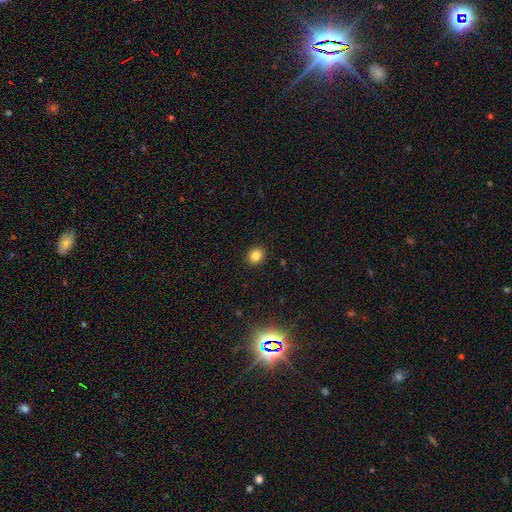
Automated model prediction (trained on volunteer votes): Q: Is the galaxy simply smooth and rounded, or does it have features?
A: smooth — 83%.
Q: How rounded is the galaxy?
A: round — 75%.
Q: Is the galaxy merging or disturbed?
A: none — 91%.